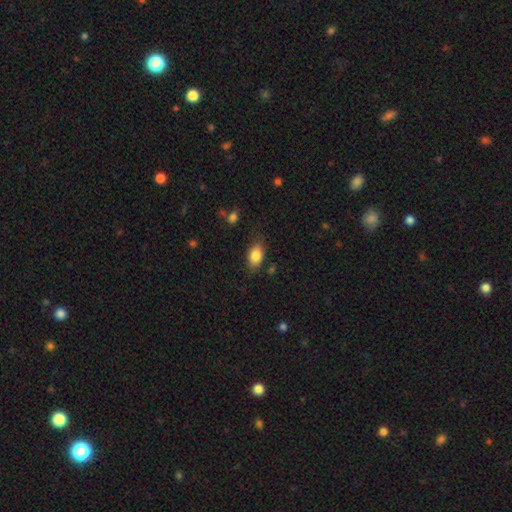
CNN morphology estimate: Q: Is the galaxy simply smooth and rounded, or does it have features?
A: smooth — 83%.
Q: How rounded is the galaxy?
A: in between — 87%.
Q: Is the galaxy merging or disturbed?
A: none — 76%.